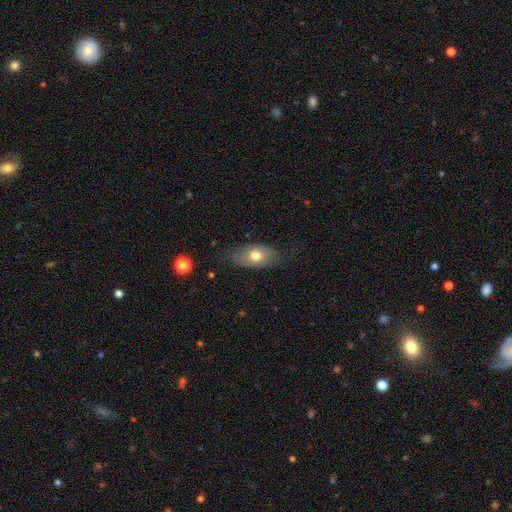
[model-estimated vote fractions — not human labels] smooth 66%, featured or disk 27%, star or artifact 7%. Down the decision tree: how rounded — in between (89%); merging — none (74%).